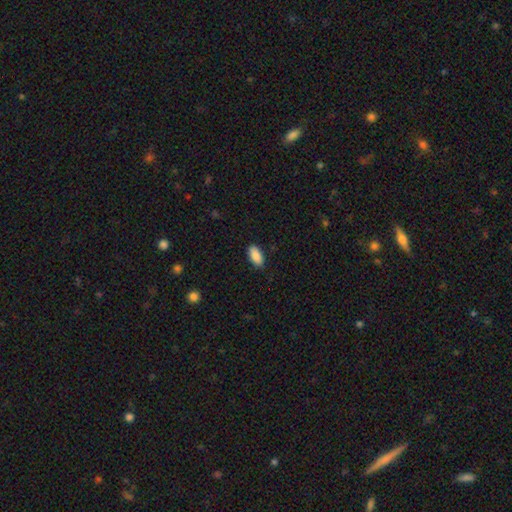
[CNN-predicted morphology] Smooth or featured? Predicted: smooth (p=0.89). How rounded? Predicted: in between (p=0.92). Merging? Predicted: none (p=0.87).